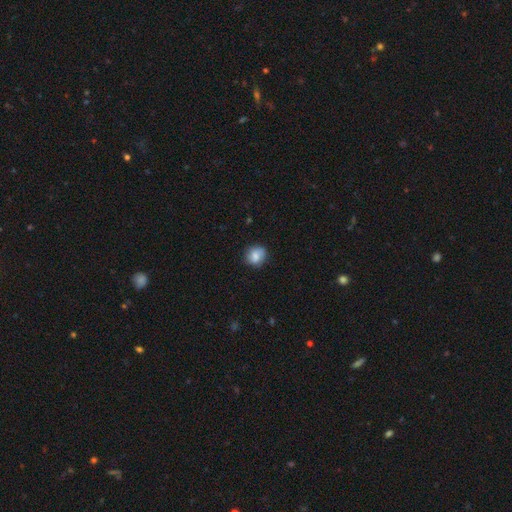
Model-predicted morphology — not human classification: Smooth or featured? smooth (77%)
How rounded? round (79%)
Merging? none (78%)